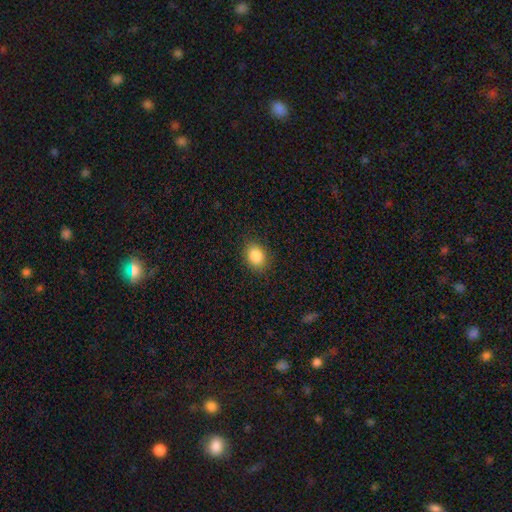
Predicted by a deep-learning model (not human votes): smooth 87%, star or artifact 9%, featured or disk 4%. Down the decision tree: how rounded — in between (59%); merging — none (87%).